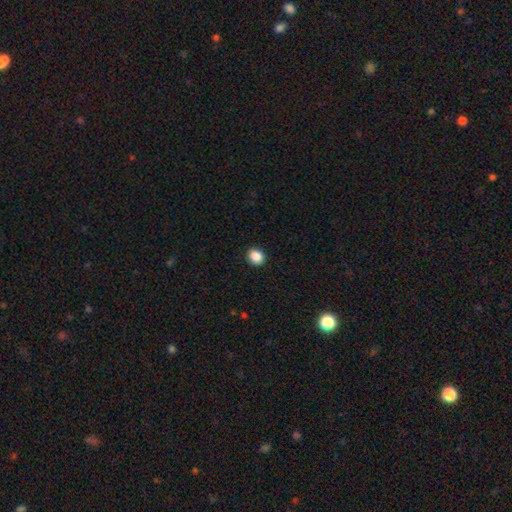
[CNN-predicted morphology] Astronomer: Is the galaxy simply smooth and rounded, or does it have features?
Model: smooth — 88%.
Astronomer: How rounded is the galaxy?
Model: round — 59% (runner-up: in between, 40%).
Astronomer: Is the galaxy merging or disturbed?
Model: none — 91%.